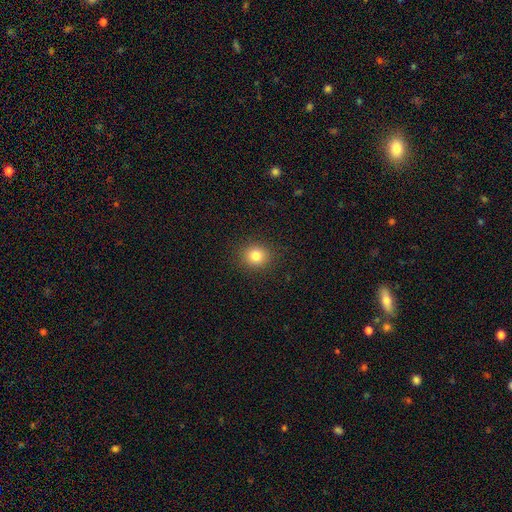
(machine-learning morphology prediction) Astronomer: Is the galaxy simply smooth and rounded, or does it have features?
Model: smooth — 81%.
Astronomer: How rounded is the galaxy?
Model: round — 83%.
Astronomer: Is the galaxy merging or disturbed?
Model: none — 90%.